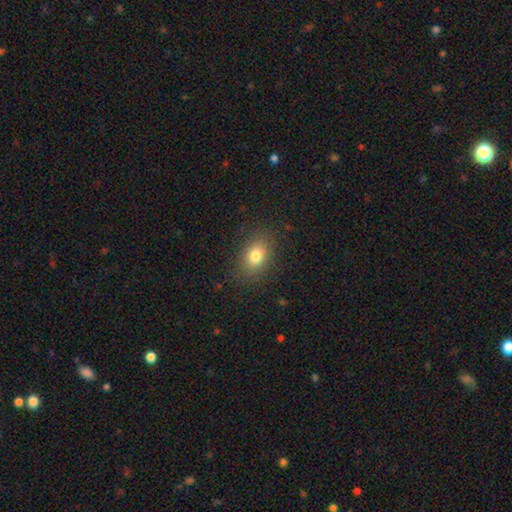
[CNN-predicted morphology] smooth_or_featured: smooth (p=0.79) [alt: star or artifact p=0.11]
how_rounded: in between (p=0.74) [alt: round p=0.24]
merging: none (p=0.86) [alt: minor disturbance p=0.10]